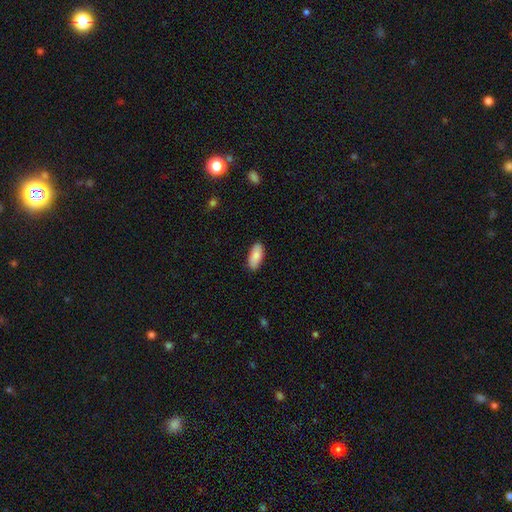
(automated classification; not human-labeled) Smooth or featured? Predicted: smooth (p=0.88). How rounded? Predicted: in between (p=0.87). Merging? Predicted: none (p=0.88).